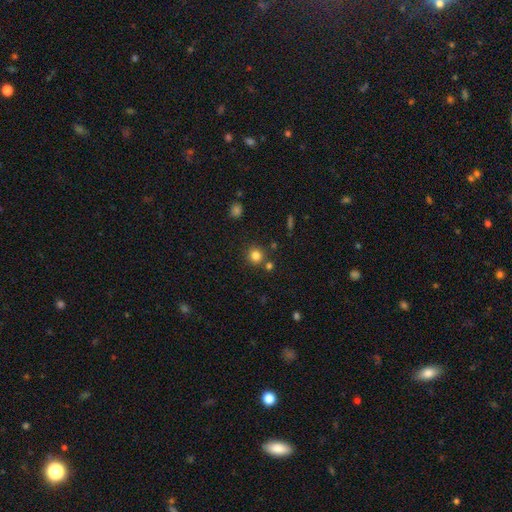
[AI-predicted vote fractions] Overall: smooth (81%). How rounded: round (93%). Merging: none (80%).